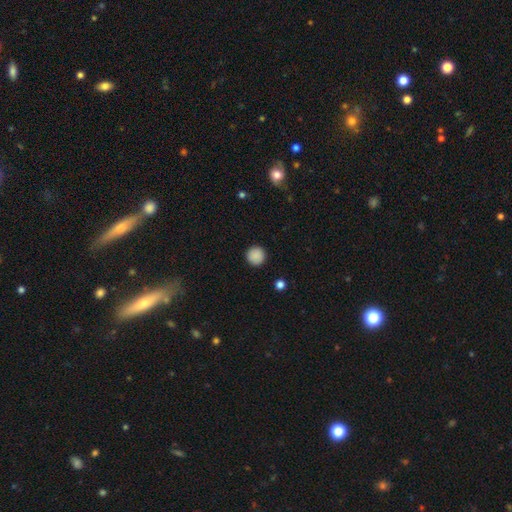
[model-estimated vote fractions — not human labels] Smooth or featured?
  - smooth: 89% *
  - star or artifact: 9%
  - featured or disk: 3%
How rounded?
  - round: 96% *
  - in between: 3%
  - cigar-shaped: 1%
Merging?
  - none: 92% *
  - minor disturbance: 5%
  - major disturbance: 2%
  - merger: 1%